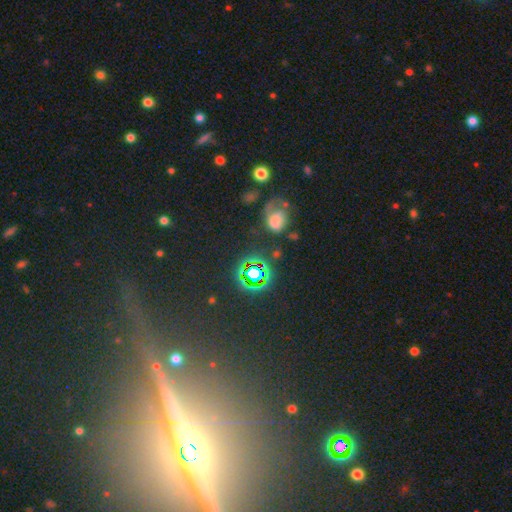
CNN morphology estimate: smooth-or-featured: star or artifact: 58% | featured or disk: 27% | smooth: 15%